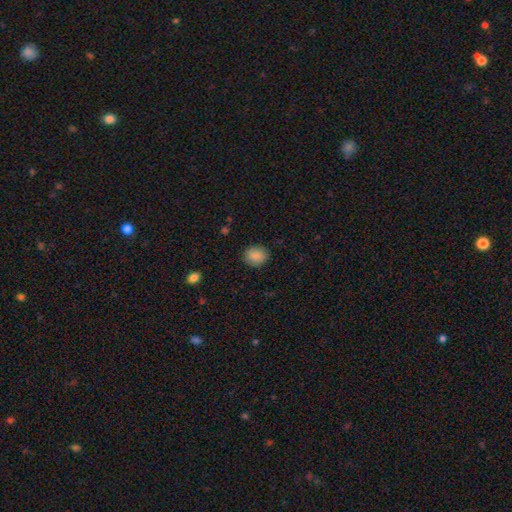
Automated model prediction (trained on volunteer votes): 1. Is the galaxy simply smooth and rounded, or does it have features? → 87% smooth, 8% star or artifact, 5% featured or disk.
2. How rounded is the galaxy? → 60% round, 39% in between, 1% cigar-shaped.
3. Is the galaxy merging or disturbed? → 87% none, 10% minor disturbance, 3% major disturbance, 1% merger.